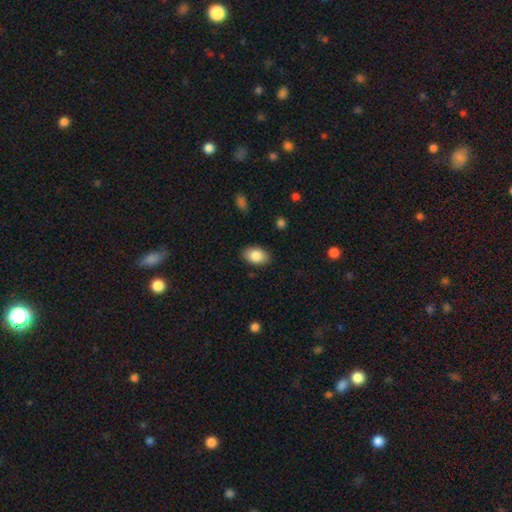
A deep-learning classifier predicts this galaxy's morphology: Smooth or featured? Predicted: smooth (p=0.86). How rounded? Predicted: in between (p=0.88). Merging? Predicted: none (p=0.87).